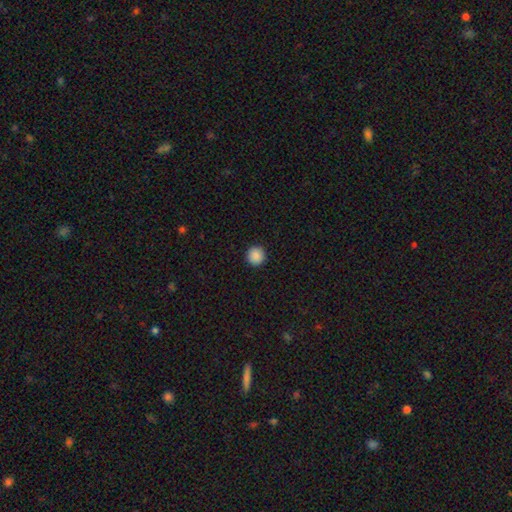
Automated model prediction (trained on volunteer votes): Smooth or featured? Predicted: smooth (p=0.89). How rounded? Predicted: round (p=0.94). Merging? Predicted: none (p=0.93).